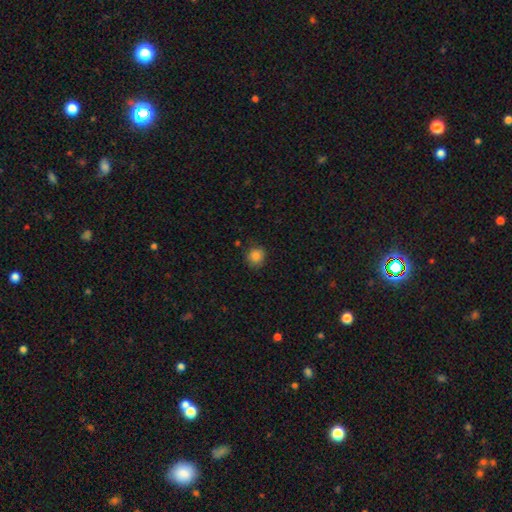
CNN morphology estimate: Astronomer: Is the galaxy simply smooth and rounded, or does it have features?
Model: smooth — 85%.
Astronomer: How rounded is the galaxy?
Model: round — 86%.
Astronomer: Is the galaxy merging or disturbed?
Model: none — 81%.